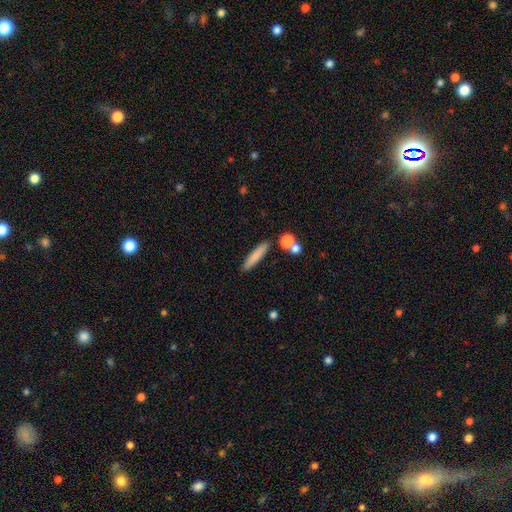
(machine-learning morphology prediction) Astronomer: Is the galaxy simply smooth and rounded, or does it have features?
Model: smooth — 79%.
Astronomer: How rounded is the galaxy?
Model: cigar-shaped — 87%.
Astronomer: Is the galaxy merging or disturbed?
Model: none — 84%.